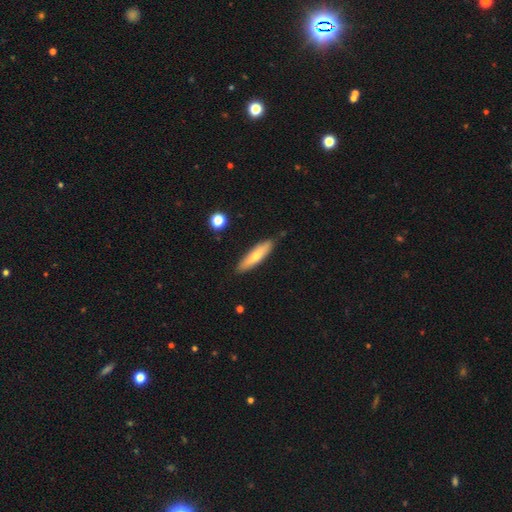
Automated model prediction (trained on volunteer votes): Smooth or featured: smooth — 61% (featured or disk — 33%)
How rounded: cigar-shaped — 75% (in between — 23%)
Merging: none — 86% (minor disturbance — 11%)